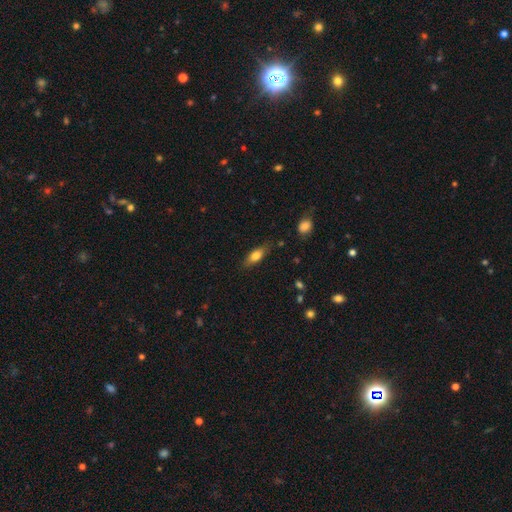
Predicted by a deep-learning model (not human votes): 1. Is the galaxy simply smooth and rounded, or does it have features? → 74% smooth, 19% featured or disk, 7% star or artifact.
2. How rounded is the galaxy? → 69% in between, 28% cigar-shaped, 4% round.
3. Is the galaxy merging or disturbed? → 77% none, 17% minor disturbance, 4% major disturbance, 2% merger.